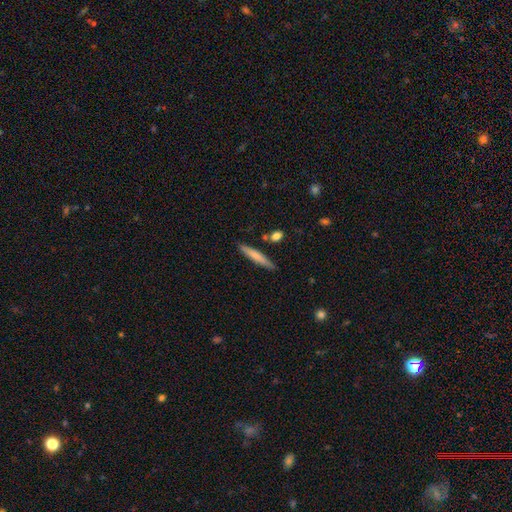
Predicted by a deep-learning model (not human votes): A smooth galaxy with no disk features (68%) that is cigar-shaped (93%). Merging: none (85%).